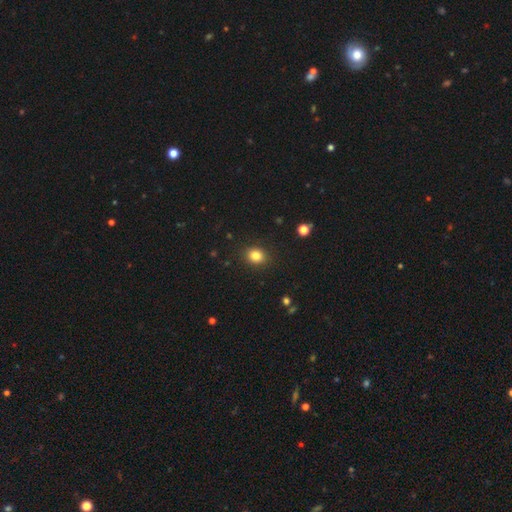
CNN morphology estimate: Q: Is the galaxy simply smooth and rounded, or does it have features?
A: smooth — 84%.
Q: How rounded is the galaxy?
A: round — 56%.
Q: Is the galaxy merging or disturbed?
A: none — 89%.